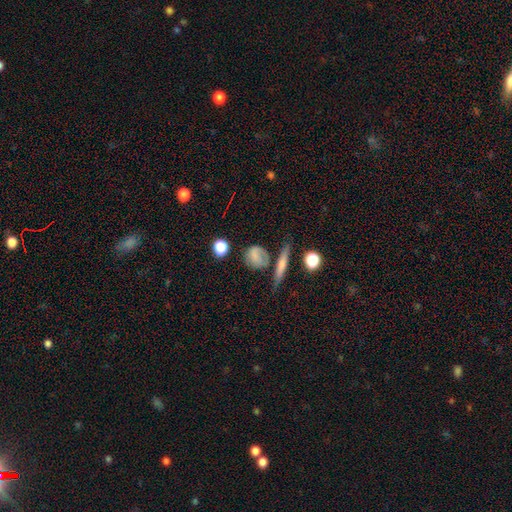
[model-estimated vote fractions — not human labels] Q: Smooth or featured?
A: smooth (72%); runner-up: featured or disk (17%)
Q: How rounded?
A: round (67%); runner-up: in between (27%)
Q: Merging?
A: none (63%); runner-up: minor disturbance (19%)